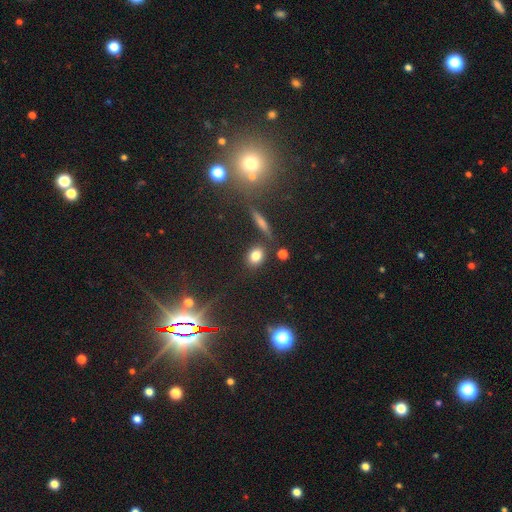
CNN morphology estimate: smooth-or-featured: smooth: 78% | star or artifact: 14% | featured or disk: 8%
  how-rounded: in between: 53% | round: 43% | cigar-shaped: 3%
  merging: none: 80% | minor disturbance: 10% | merger: 6% | major disturbance: 3%